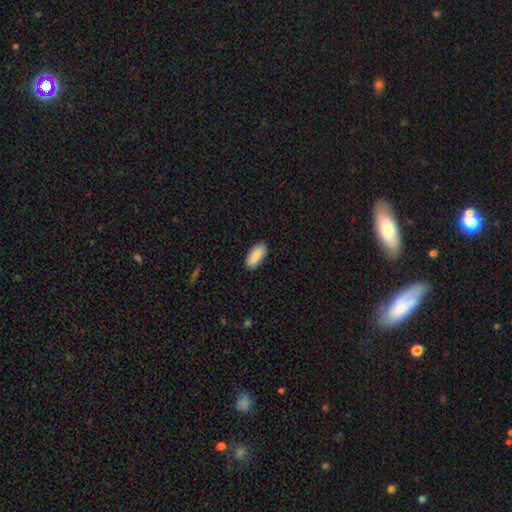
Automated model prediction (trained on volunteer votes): This is clearly a smooth galaxy (87%). How rounded: clearly in between (89%). Merging: clearly none (86%).